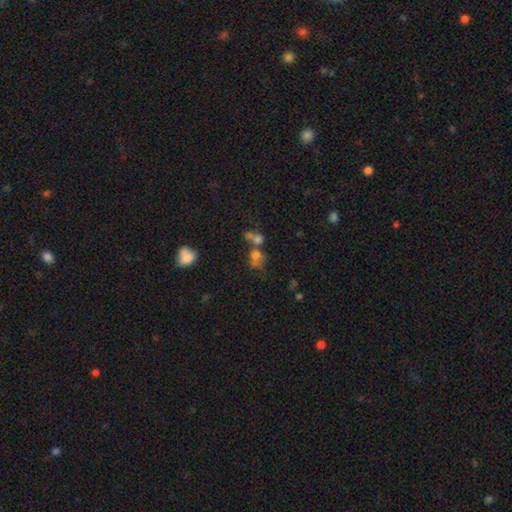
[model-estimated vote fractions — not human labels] smooth 60%, featured or disk 21%, star or artifact 19%. Down the decision tree: how rounded — round (58%); merging — merger (54%).